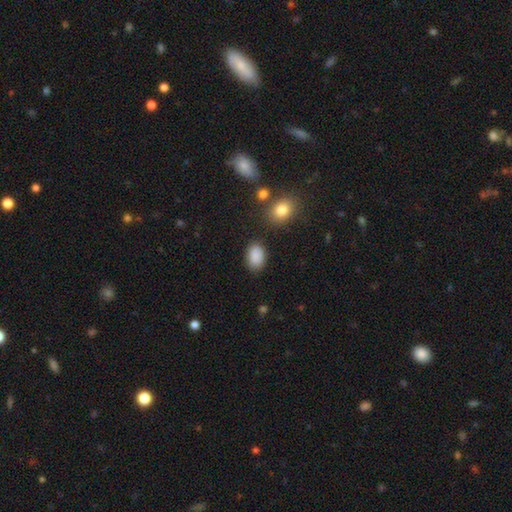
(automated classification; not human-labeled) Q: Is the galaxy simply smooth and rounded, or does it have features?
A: smooth — 88%.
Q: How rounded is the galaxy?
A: in between — 86%.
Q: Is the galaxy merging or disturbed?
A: none — 83%.